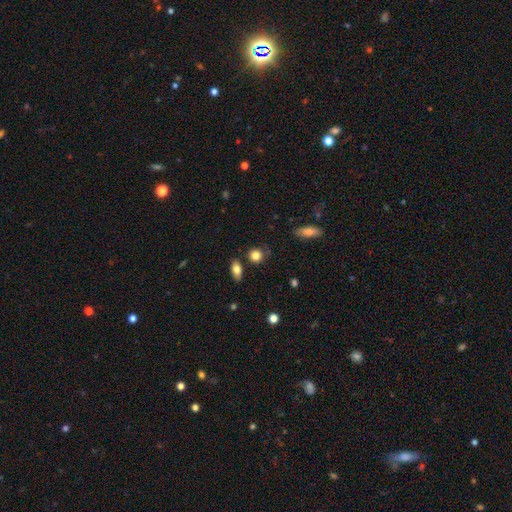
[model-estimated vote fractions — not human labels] smooth-or-featured: smooth: 83% | star or artifact: 9% | featured or disk: 8%
  how-rounded: round: 70% | in between: 27% | cigar-shaped: 2%
  merging: none: 78% | minor disturbance: 12% | merger: 6% | major disturbance: 3%